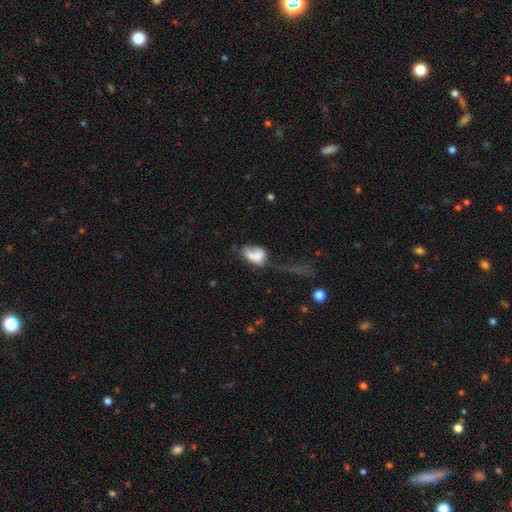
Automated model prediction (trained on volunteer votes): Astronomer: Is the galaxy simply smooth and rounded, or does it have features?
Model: smooth — 63%.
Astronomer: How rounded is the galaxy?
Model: in between — 82%.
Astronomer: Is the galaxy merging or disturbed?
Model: major disturbance — 35% (runner-up: merger, 32%).